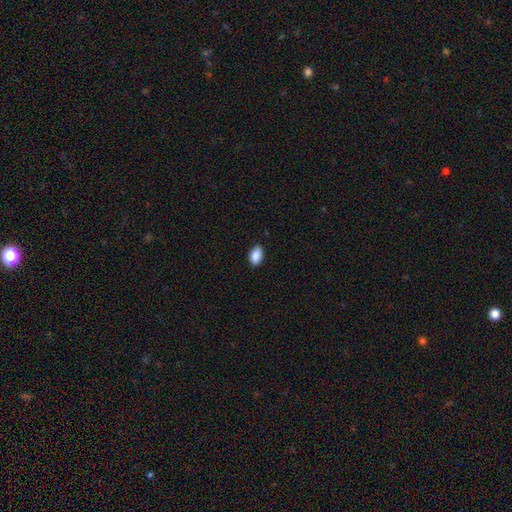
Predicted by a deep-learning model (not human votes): A smooth galaxy with no disk features (90%) that is in between round and cigar-shaped (92%).

Vote fractions:
- Smooth or featured? smooth: 90% / star or artifact: 7% / featured or disk: 3%
- How rounded? in between: 92% / round: 7% / cigar-shaped: 1%
- Merging? none: 87% / minor disturbance: 11% / major disturbance: 2% / merger: 1%